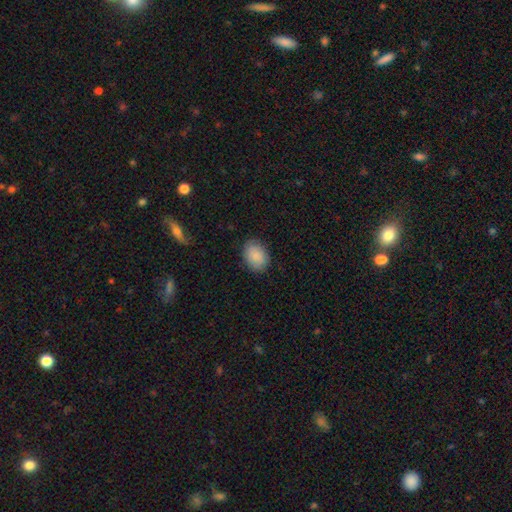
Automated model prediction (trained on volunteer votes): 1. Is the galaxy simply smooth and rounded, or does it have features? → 88% smooth, 7% star or artifact, 5% featured or disk.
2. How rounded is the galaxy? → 75% in between, 24% round, 1% cigar-shaped.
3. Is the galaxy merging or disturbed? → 85% none, 11% minor disturbance, 3% major disturbance, 1% merger.